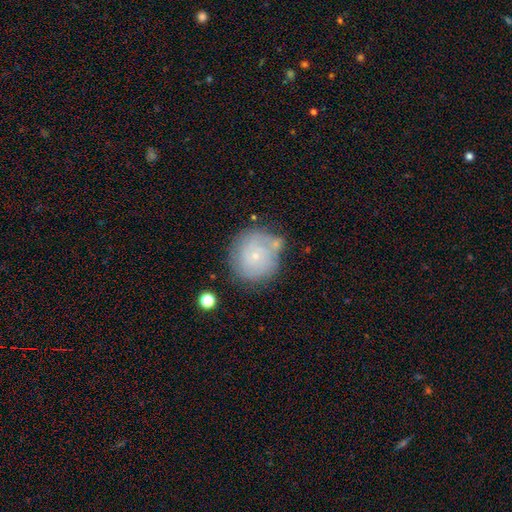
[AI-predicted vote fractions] featured or disk 52%, smooth 40%, star or artifact 9%. Down the decision tree: edge-on disk — no (97%); bar — no (85%); spiral arms — yes (73%); bulge size — small (84%); merging — none (66%).